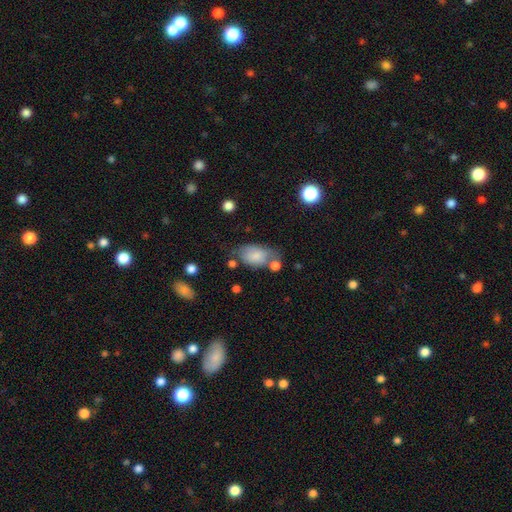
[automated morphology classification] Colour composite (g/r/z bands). It shows a smooth galaxy with no disk features (77%) that is in between round and cigar-shaped (89%). Merging: none (43%).